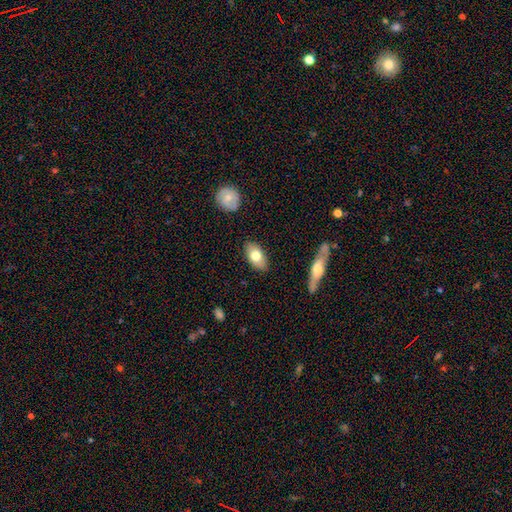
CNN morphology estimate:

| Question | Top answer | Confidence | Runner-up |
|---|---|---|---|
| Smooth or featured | smooth | 73% | featured or disk (21%) |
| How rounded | in between | 91% | cigar-shaped (5%) |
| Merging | none | 86% | minor disturbance (10%) |